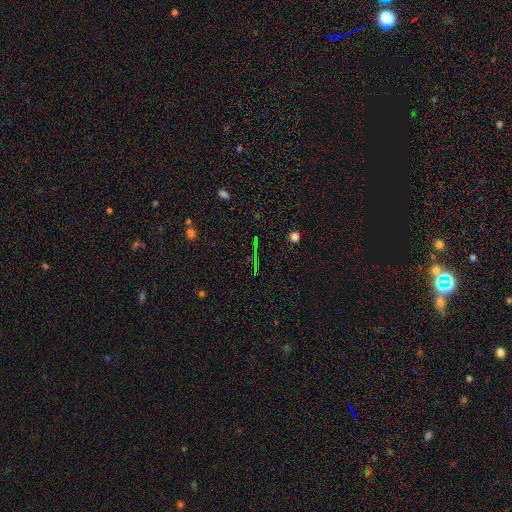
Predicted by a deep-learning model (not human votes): Overall: star or artifact (71%).